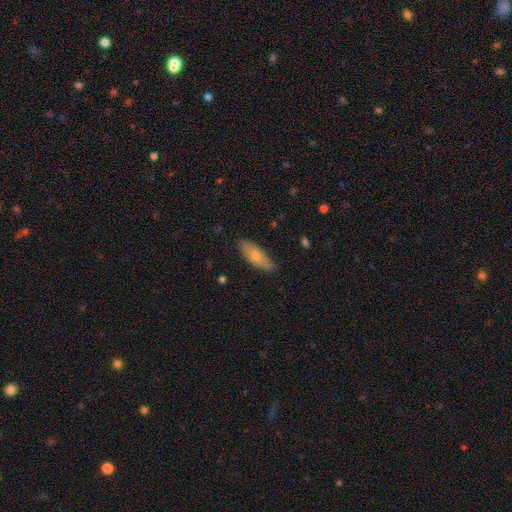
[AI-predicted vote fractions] Q: Smooth or featured?
A: smooth (61%); runner-up: featured or disk (32%)
Q: How rounded?
A: in between (68%); runner-up: cigar-shaped (29%)
Q: Merging?
A: none (85%); runner-up: minor disturbance (12%)